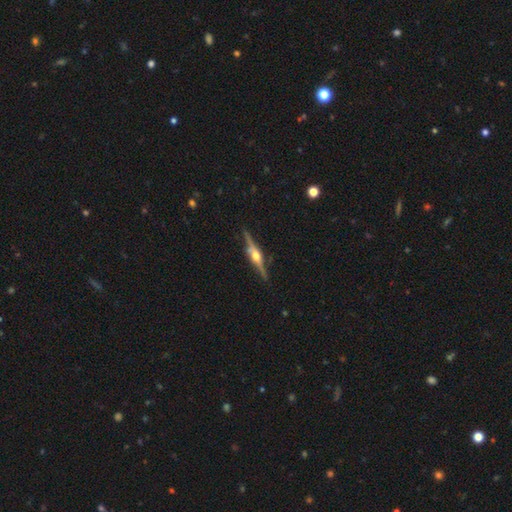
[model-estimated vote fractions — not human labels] Smooth or featured: featured or disk — 84% (smooth — 10%)
Edge-on disk: yes — 97% (no — 3%)
Edge-on bulge: rounded — 92% (boxy — 7%)
Merging: none — 86% (minor disturbance — 10%)